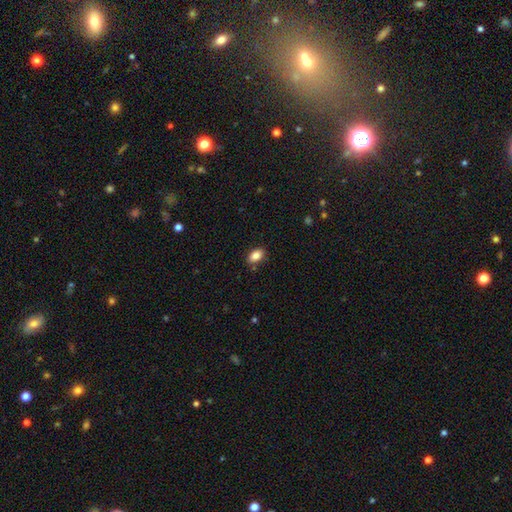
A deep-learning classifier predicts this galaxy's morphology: smooth-or-featured: smooth: 85% | star or artifact: 8% | featured or disk: 6%
  how-rounded: in between: 88% | round: 10% | cigar-shaped: 2%
  merging: none: 85% | minor disturbance: 10% | merger: 2% | major disturbance: 2%